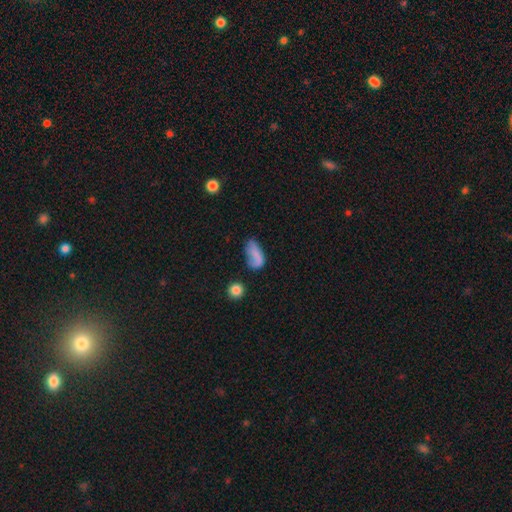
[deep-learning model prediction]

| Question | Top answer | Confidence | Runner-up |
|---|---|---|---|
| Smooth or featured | smooth | 69% | featured or disk (20%) |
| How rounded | in between | 86% | cigar-shaped (8%) |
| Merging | none | 40% | minor disturbance (32%) |